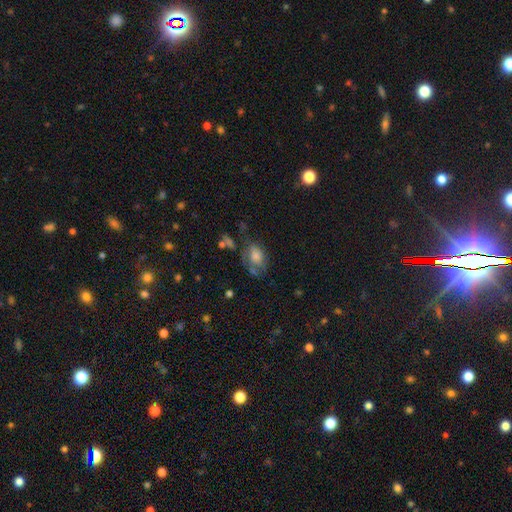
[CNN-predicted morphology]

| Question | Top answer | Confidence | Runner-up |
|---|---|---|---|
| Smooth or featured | smooth | 47% | featured or disk (40%) |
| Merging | none | 39% | major disturbance (28%) |